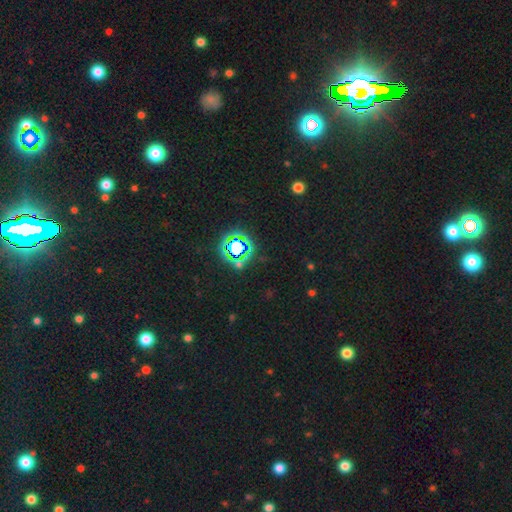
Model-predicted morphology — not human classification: Smooth or featured: star or artifact — 80% (smooth — 13%)